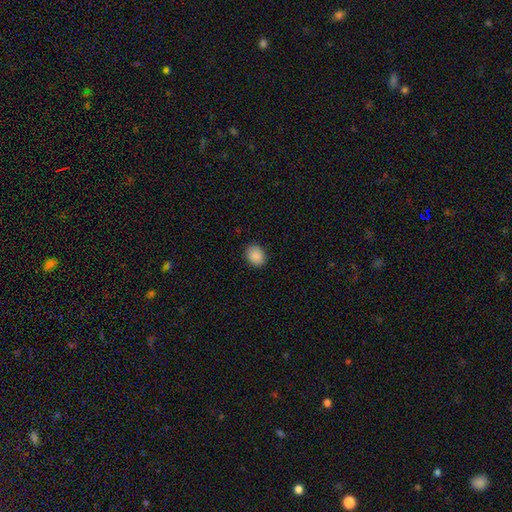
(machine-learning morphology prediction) Smooth or featured: smooth — 88% (star or artifact — 8%)
How rounded: in between — 50% (round — 49%)
Merging: none — 88% (minor disturbance — 9%)